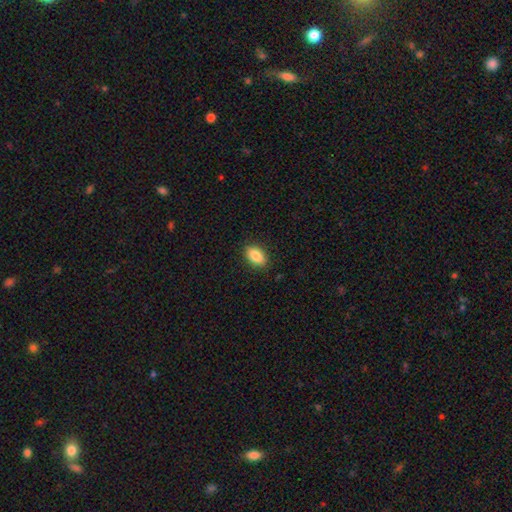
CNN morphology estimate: This appears to be a smooth galaxy with no disk features (86%) that is in between round and cigar-shaped (90%). Merging: none (88%).